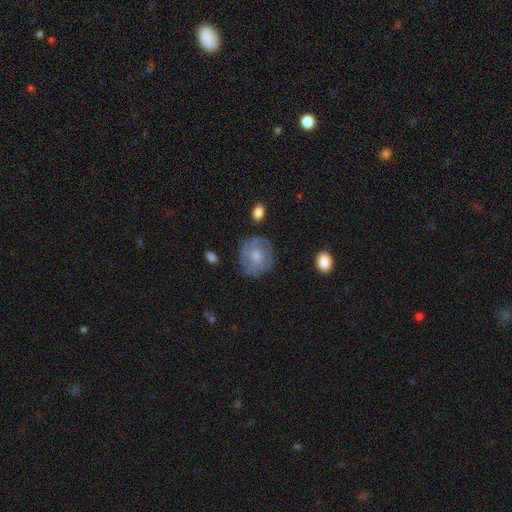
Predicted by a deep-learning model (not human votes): Smooth or featured?
  - smooth: 55% *
  - featured or disk: 37%
  - star or artifact: 8%
How rounded?
  - round: 82% *
  - in between: 17%
  - cigar-shaped: 1%
Merging?
  - none: 70% *
  - minor disturbance: 20%
  - major disturbance: 8%
  - merger: 2%